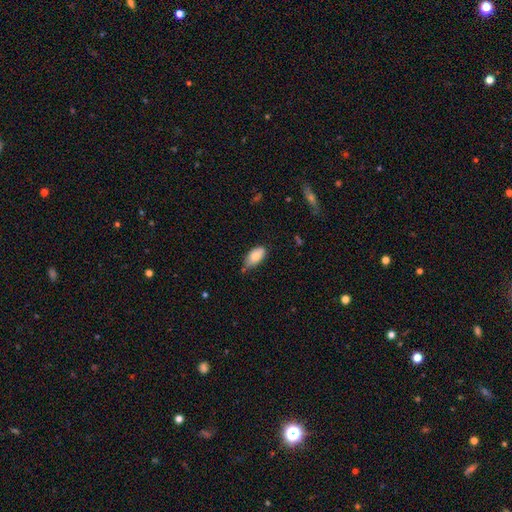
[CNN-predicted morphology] smooth 80%, featured or disk 13%, star or artifact 7%. Down the decision tree: how rounded — in between (92%); merging — none (62%).